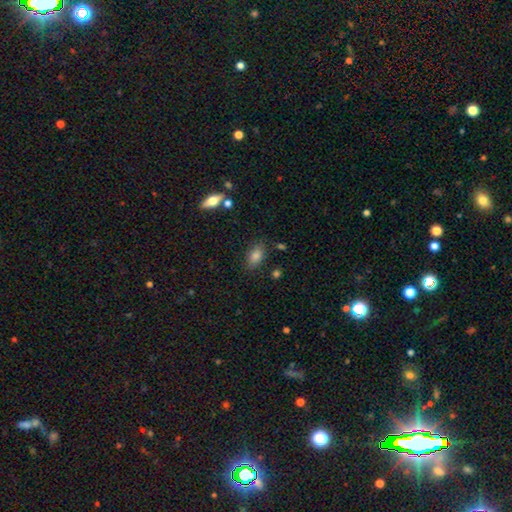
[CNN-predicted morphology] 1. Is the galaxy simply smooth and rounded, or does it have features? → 78% smooth, 12% featured or disk, 10% star or artifact.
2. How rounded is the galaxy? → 87% in between, 8% round, 5% cigar-shaped.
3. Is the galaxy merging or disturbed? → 80% none, 13% minor disturbance, 3% merger, 3% major disturbance.